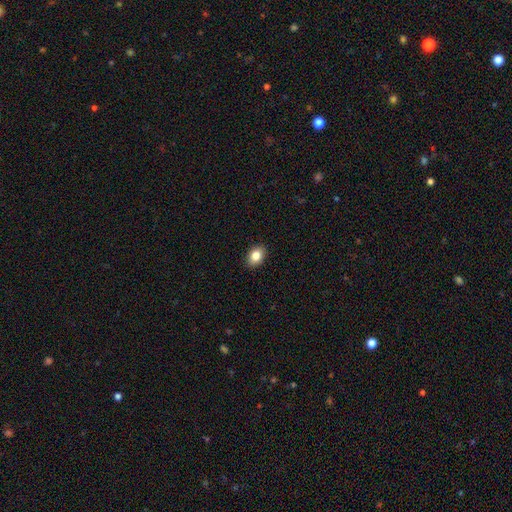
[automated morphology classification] Q: Smooth or featured?
A: smooth (83%); runner-up: star or artifact (9%)
Q: How rounded?
A: in between (74%); runner-up: round (25%)
Q: Merging?
A: none (90%); runner-up: minor disturbance (8%)